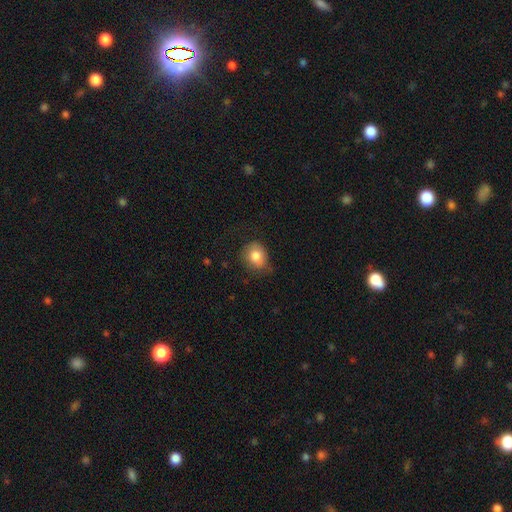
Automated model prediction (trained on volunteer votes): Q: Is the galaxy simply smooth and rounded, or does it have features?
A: smooth — 81%.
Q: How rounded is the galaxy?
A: round — 65%.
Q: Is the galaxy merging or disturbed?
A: none — 69%.